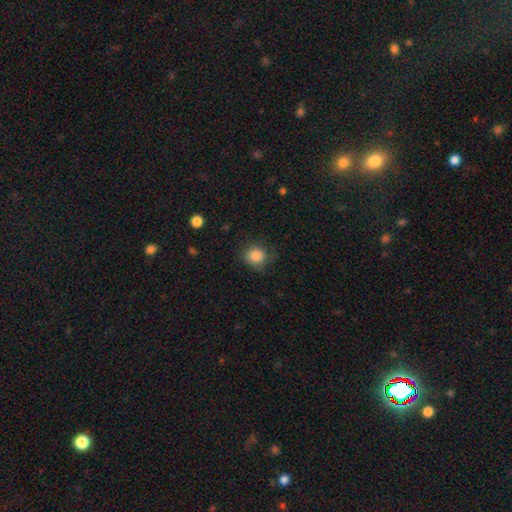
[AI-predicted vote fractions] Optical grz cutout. It shows a smooth galaxy with no disk features (86%) that is round (86%). Merging: none (77%).